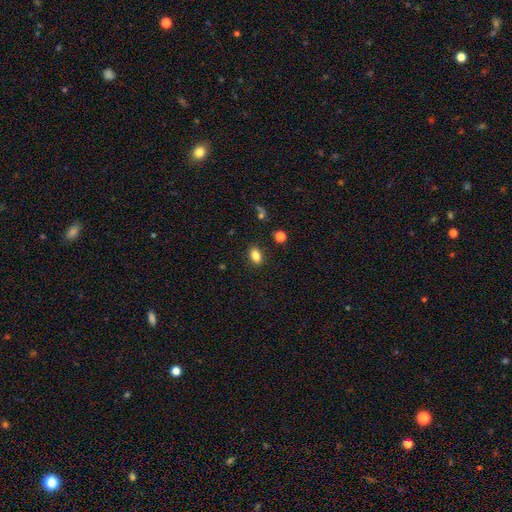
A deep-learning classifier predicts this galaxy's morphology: Smooth or featured? smooth (85%)
How rounded? in between (85%)
Merging? none (86%)